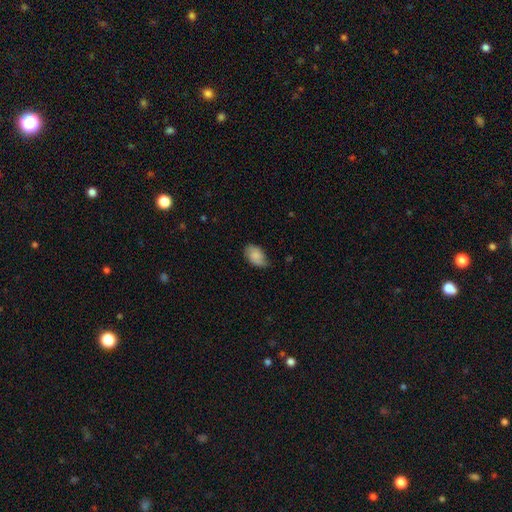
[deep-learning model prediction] Smooth or featured? smooth (81%)
How rounded? in between (90%)
Merging? none (63%)